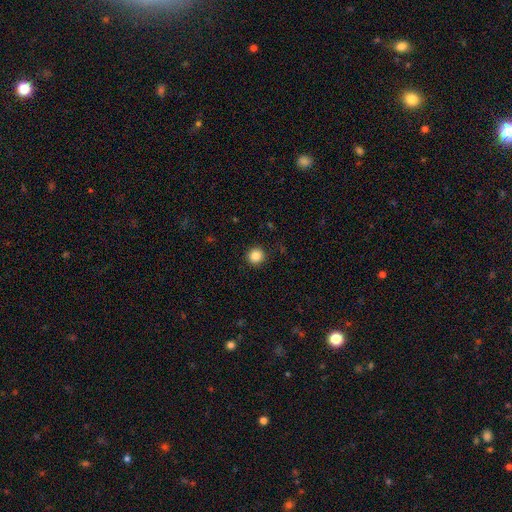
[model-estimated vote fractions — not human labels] Smooth or featured?
  - smooth: 86% *
  - star or artifact: 11%
  - featured or disk: 4%
How rounded?
  - round: 95% *
  - in between: 4%
  - cigar-shaped: 1%
Merging?
  - none: 92% *
  - minor disturbance: 5%
  - major disturbance: 2%
  - merger: 1%